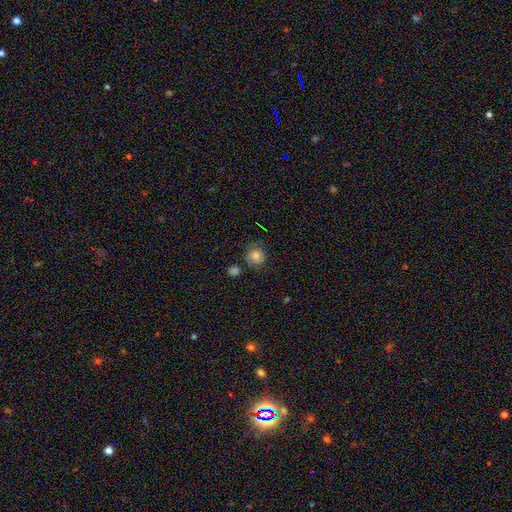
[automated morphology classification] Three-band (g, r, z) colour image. It shows a smooth galaxy with no disk features (73%) that is round (83%). Merging: none (63%).